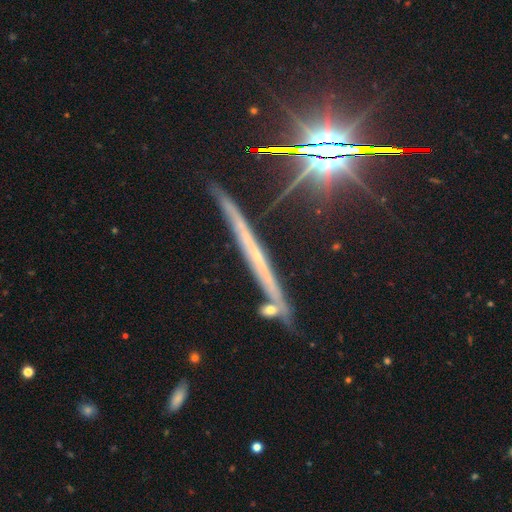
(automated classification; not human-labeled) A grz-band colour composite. It shows a featured or disk galaxy (59%) viewed edge-on (95%) with no central bulge (75%). Merging: none (74%).